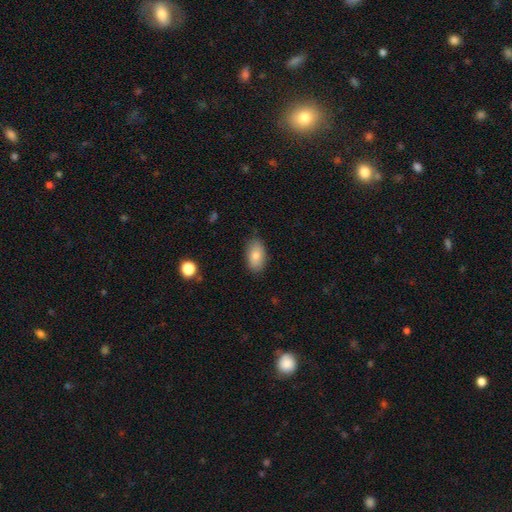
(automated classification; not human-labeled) The model was most divided on "smooth or featured": smooth: 80%, featured or disk: 13%, star or artifact: 7%. More confident: how rounded — in between (92%); merging — none (83%).